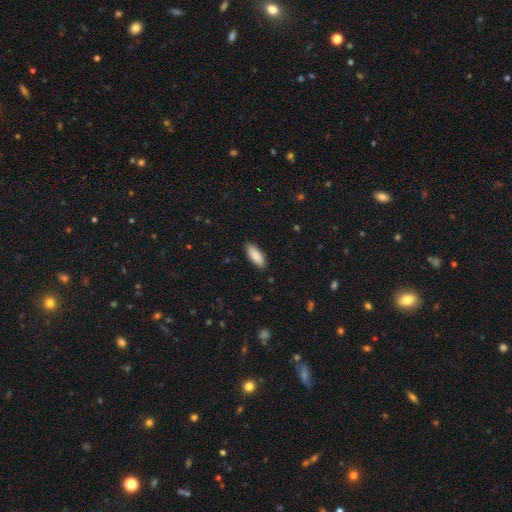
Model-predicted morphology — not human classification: type=smooth (88%); roundness=in between (77%); merging=none (86%).